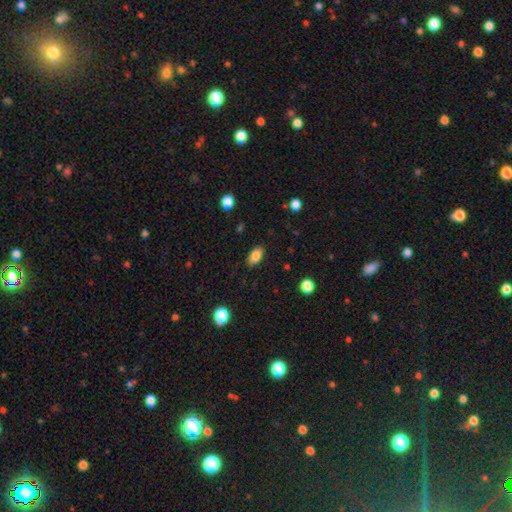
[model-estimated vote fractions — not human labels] smooth 83%, star or artifact 9%, featured or disk 8%. Down the decision tree: how rounded — in between (90%); merging — none (85%).